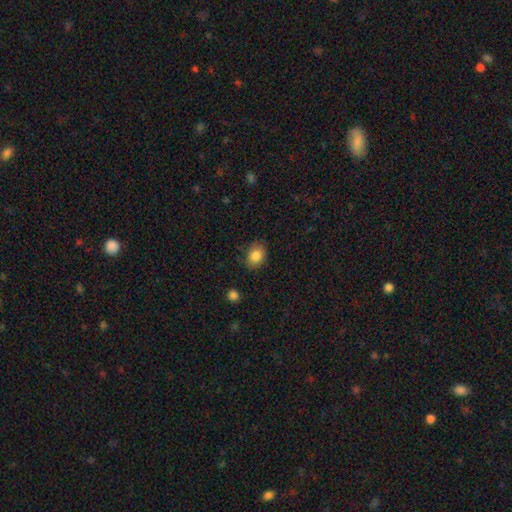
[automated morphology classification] Smooth or featured: smooth — 85% (star or artifact — 9%)
How rounded: in between — 60% (round — 39%)
Merging: none — 83% (minor disturbance — 13%)